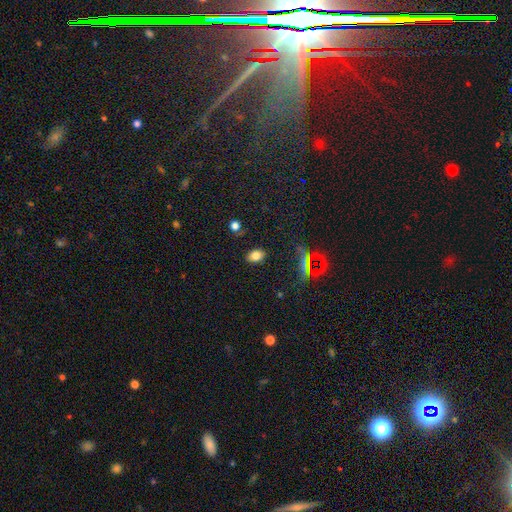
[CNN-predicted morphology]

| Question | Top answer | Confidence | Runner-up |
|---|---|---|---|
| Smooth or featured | smooth | 77% | star or artifact (14%) |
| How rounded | in between | 83% | round (16%) |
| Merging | none | 85% | minor disturbance (11%) |